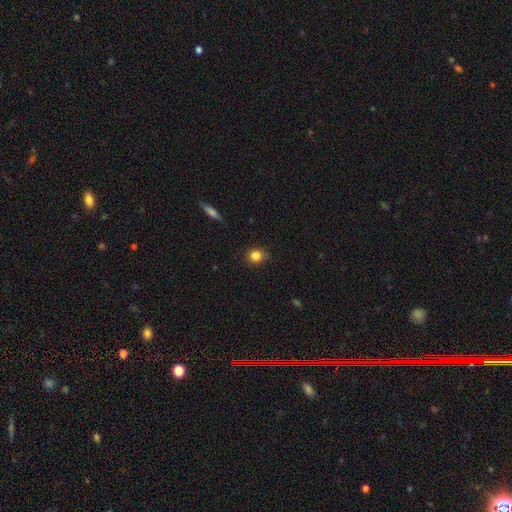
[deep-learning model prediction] The model was most divided on "how rounded": round: 78%, in between: 21%, cigar-shaped: 1%. More confident: smooth or featured — smooth (85%); merging — none (80%).